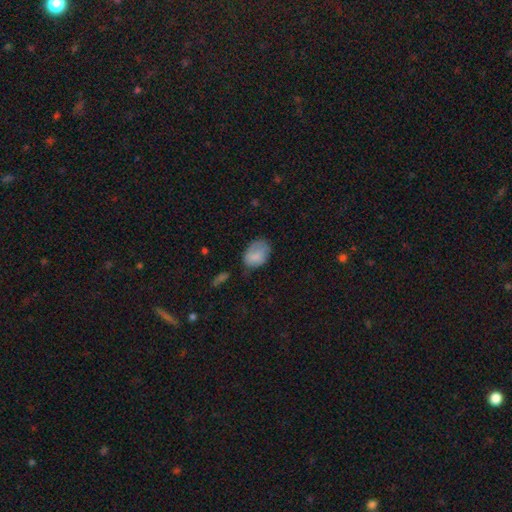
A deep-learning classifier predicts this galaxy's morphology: type=smooth (80%); roundness=in between (83%); merging=none (52%).